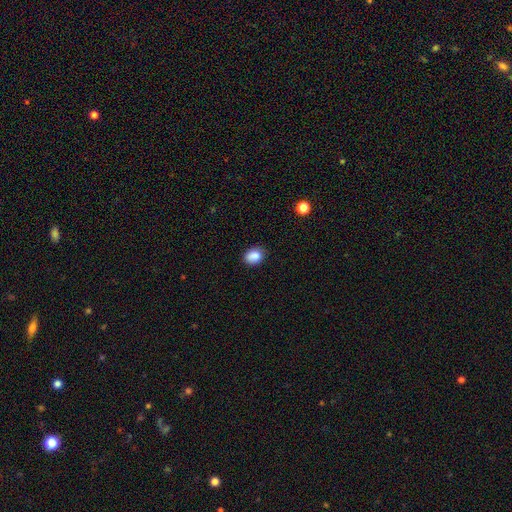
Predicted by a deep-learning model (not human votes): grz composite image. It shows a smooth galaxy with no disk features (86%) that is in between round and cigar-shaped (59%). Merging: none (81%).